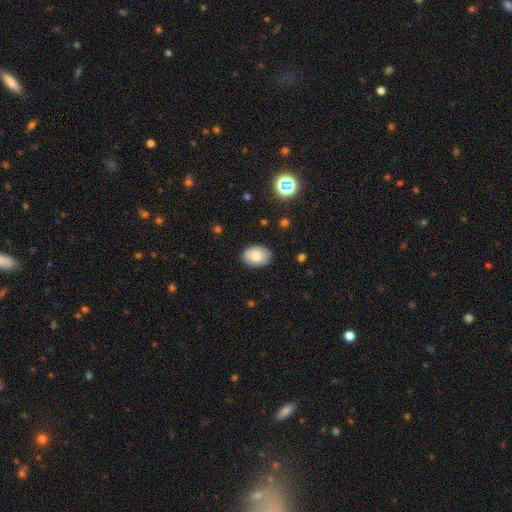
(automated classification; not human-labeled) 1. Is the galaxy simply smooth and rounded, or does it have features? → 80% smooth, 12% featured or disk, 8% star or artifact.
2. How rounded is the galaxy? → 79% in between, 20% round, 1% cigar-shaped.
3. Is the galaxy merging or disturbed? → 86% none, 11% minor disturbance, 2% major disturbance, 1% merger.